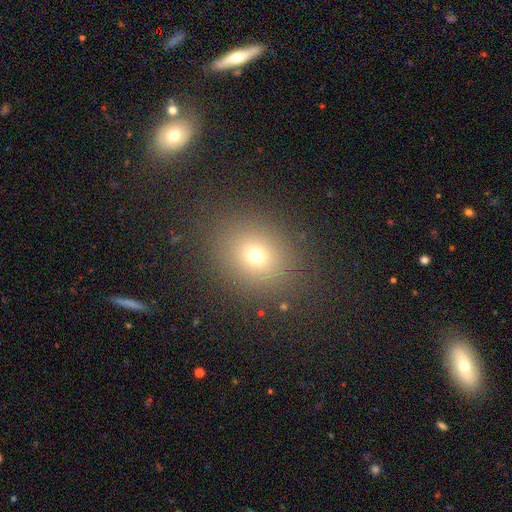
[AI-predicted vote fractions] This appears to be a smooth galaxy with no disk features (69%) that is round (65%). Merging: none (85%).